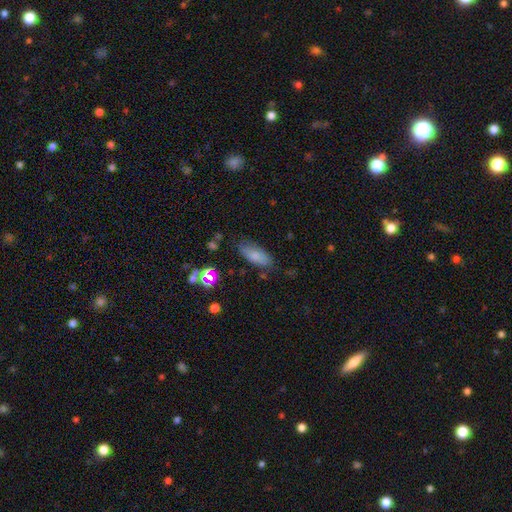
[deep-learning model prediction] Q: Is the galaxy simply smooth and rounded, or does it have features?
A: smooth — 76%.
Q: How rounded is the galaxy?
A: in between — 78%.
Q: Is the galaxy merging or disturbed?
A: none — 78%.